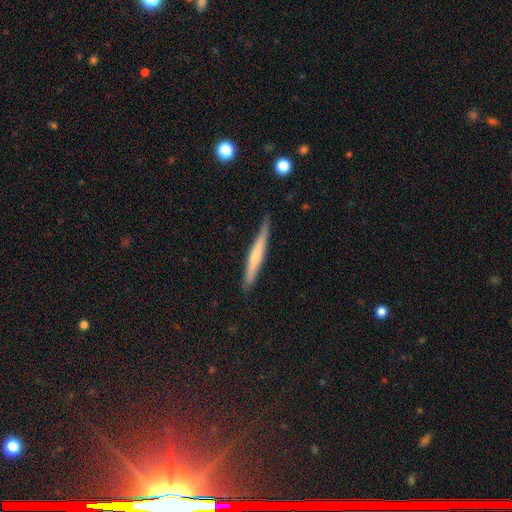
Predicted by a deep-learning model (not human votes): A smooth galaxy with no disk features (50%) that is cigar-shaped (96%).

Vote fractions:
- Smooth or featured? smooth: 50% / featured or disk: 44% / star or artifact: 5%
- How rounded? cigar-shaped: 96% / in between: 3% / round: 1%
- Merging? none: 84% / minor disturbance: 13% / major disturbance: 2% / merger: 1%